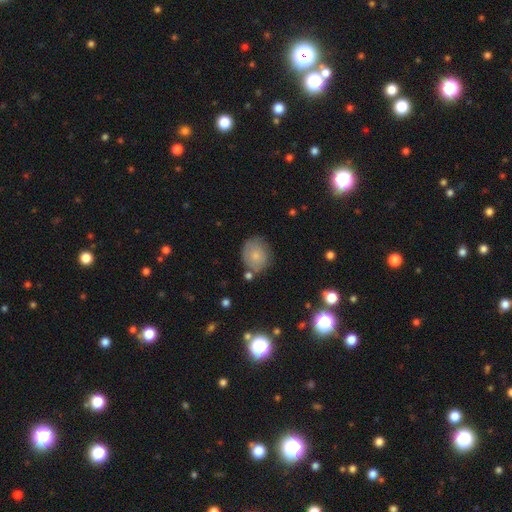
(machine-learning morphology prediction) The model was most divided on "how rounded": round: 65%, in between: 34%, cigar-shaped: 1%. More confident: smooth or featured — smooth (73%); merging — none (70%).